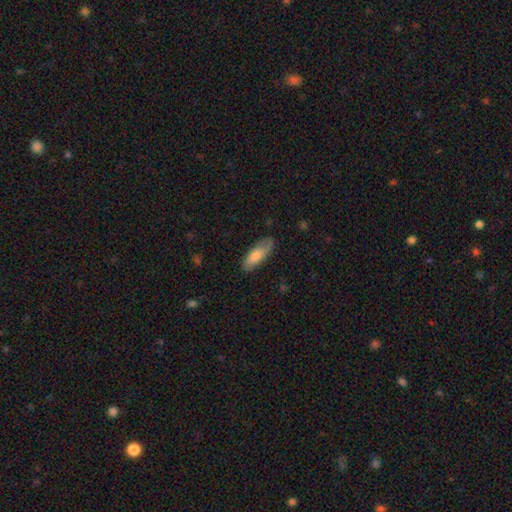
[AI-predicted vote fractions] Q: Smooth or featured?
A: smooth (72%); runner-up: featured or disk (22%)
Q: How rounded?
A: in between (63%); runner-up: cigar-shaped (35%)
Q: Merging?
A: none (79%); runner-up: minor disturbance (16%)